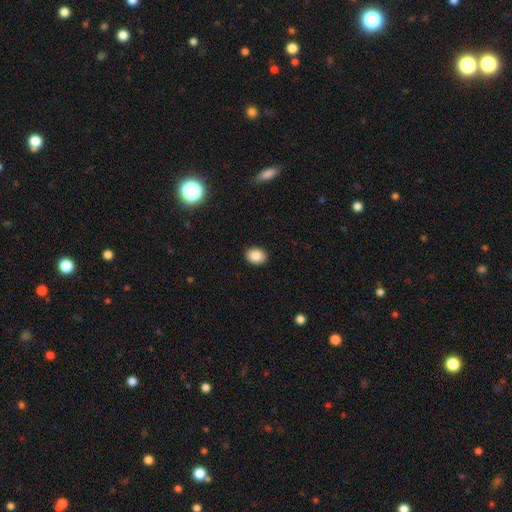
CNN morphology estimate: A smooth galaxy with no disk features (87%) that is in between round and cigar-shaped (59%).

Vote fractions:
- Smooth or featured? smooth: 87% / star or artifact: 9% / featured or disk: 4%
- How rounded? in between: 59% / round: 40% / cigar-shaped: 1%
- Merging? none: 91% / minor disturbance: 6% / major disturbance: 2% / merger: 1%